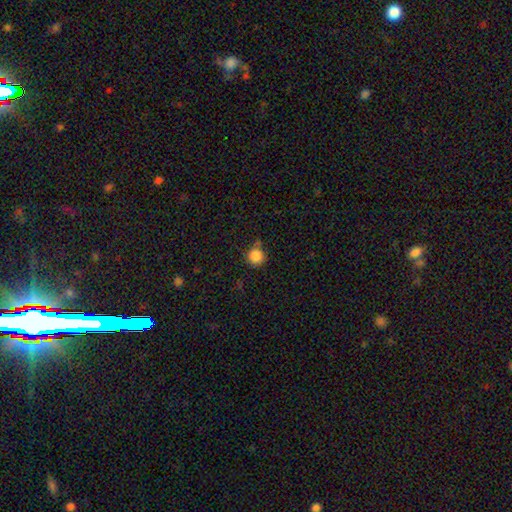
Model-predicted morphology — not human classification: type=smooth (86%); roundness=round (93%); merging=none (69%).